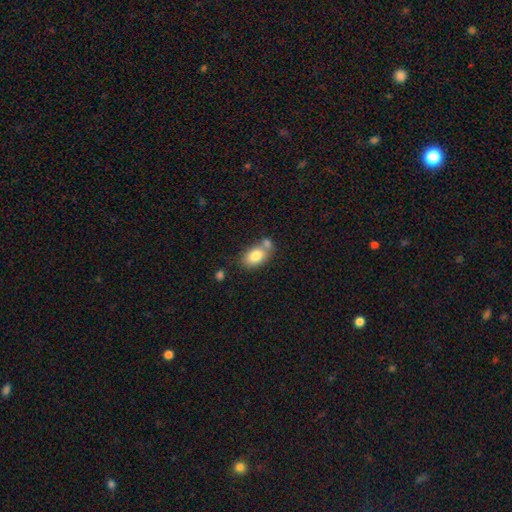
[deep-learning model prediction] Overall: smooth (79%). How rounded: in between (85%). Merging: none (49%; merger 32%).